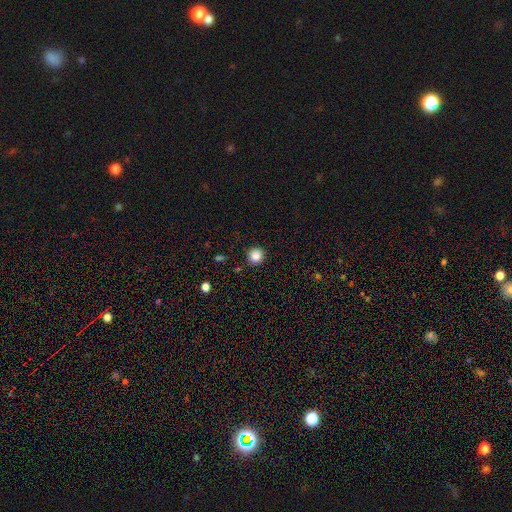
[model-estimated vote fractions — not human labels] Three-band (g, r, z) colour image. It shows a smooth galaxy with no disk features (85%) that is round (94%). Merging: none (92%).